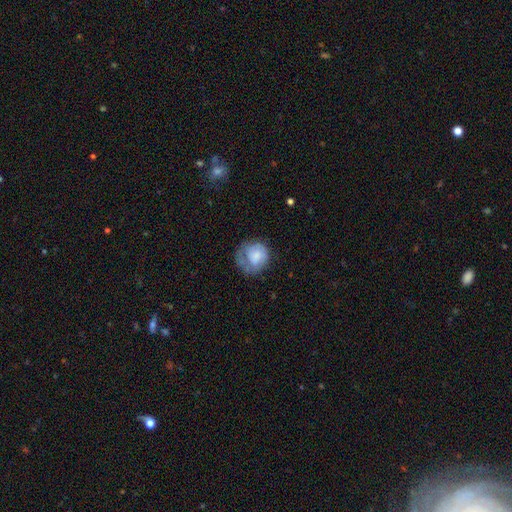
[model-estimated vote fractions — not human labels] smooth 63%, featured or disk 30%, star or artifact 8%. Down the decision tree: how rounded — round (78%); merging — none (45%).